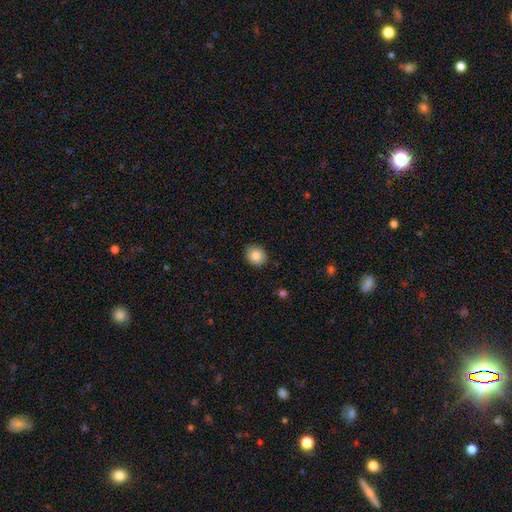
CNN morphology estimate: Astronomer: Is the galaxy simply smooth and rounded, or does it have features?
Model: smooth — 82%.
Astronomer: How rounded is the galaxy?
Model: round — 75%.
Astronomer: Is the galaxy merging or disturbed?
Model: none — 87%.